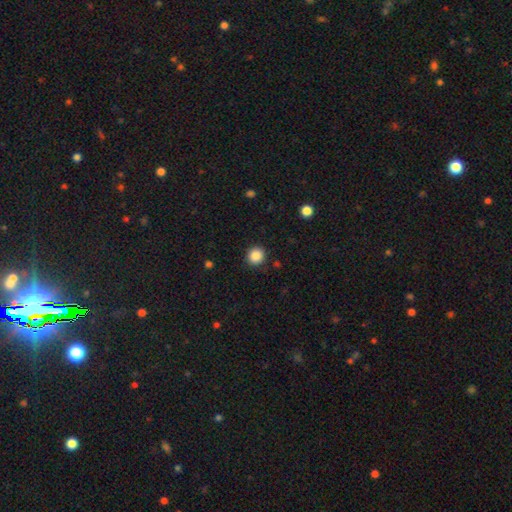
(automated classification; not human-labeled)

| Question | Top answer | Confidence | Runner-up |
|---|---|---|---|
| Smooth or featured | smooth | 87% | star or artifact (10%) |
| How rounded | round | 91% | in between (8%) |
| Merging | none | 90% | minor disturbance (6%) |